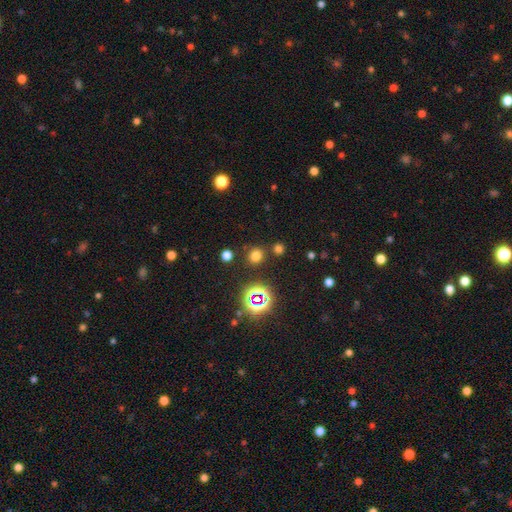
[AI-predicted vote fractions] Morphology: type=smooth (67%); roundness=round (87%); merging=none (83%).